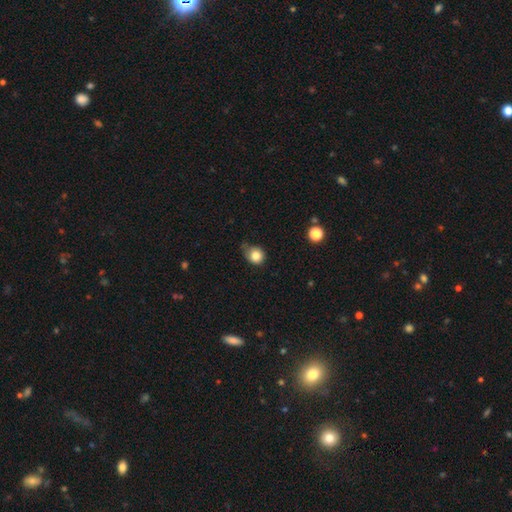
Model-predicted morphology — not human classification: Overall: smooth (83%). How rounded: round (78%). Merging: none (51%; minor disturbance 36%).